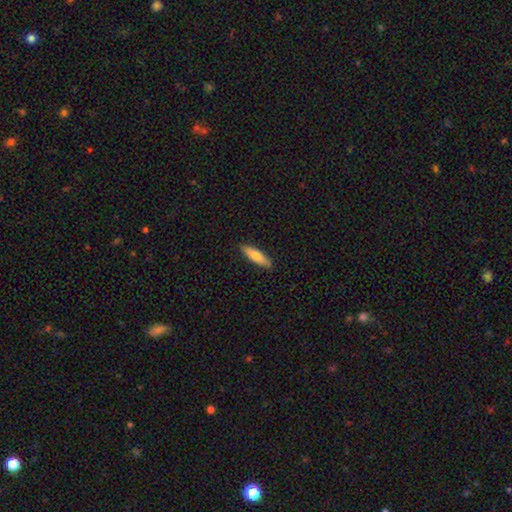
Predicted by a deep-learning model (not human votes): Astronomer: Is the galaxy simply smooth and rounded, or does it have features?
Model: smooth — 79%.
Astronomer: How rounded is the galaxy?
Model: cigar-shaped — 71%.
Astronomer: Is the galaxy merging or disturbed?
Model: none — 89%.